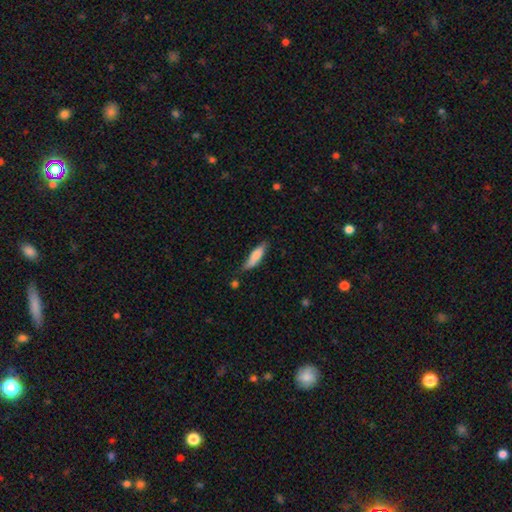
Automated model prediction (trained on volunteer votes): Q: Smooth or featured?
A: smooth (80%); runner-up: featured or disk (14%)
Q: How rounded?
A: cigar-shaped (66%); runner-up: in between (32%)
Q: Merging?
A: none (68%); runner-up: minor disturbance (25%)